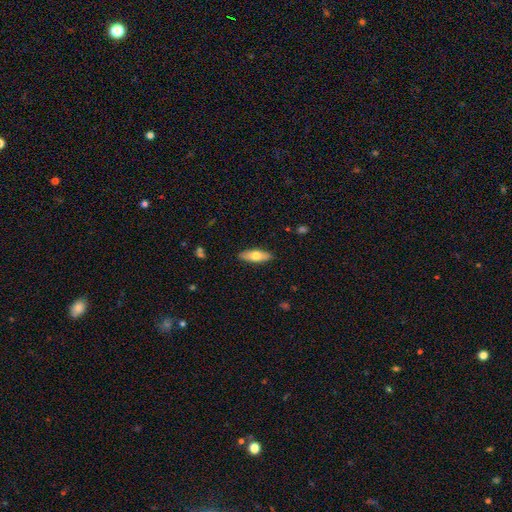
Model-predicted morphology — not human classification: type=smooth (61%); roundness=in between (57%); merging=none (89%).